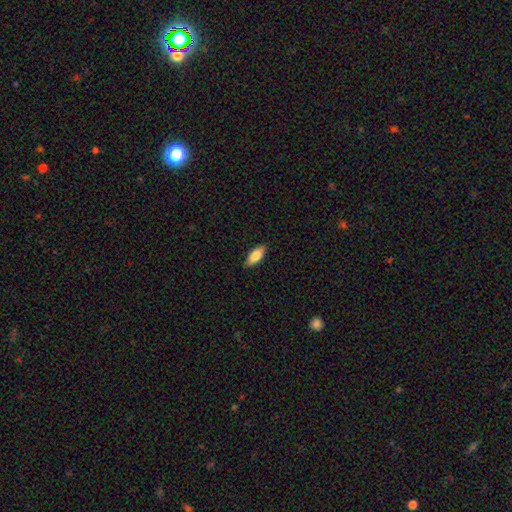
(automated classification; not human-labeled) This appears to be a smooth galaxy with no disk features (83%) that is in between round and cigar-shaped (82%). Merging: none (89%).